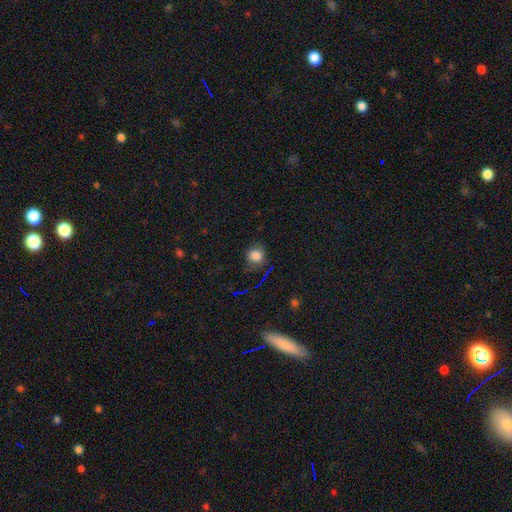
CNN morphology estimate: Smooth or featured? smooth (80%)
How rounded? round (80%)
Merging? none (78%)